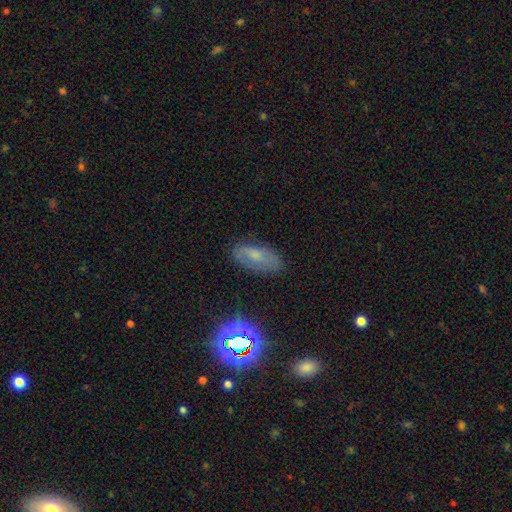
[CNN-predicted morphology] smooth 52%, featured or disk 29%, star or artifact 19%. Down the decision tree: how rounded — in between (90%); merging — none (75%).